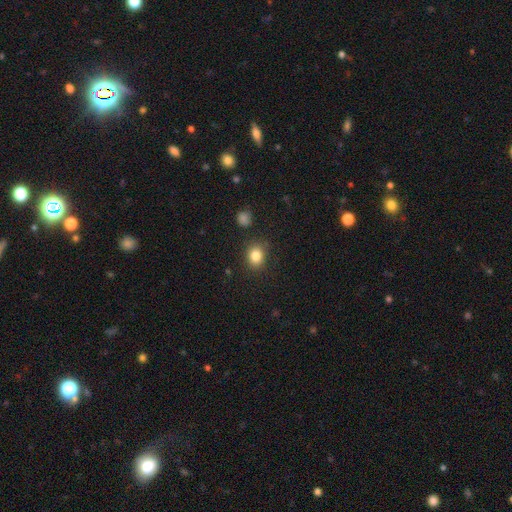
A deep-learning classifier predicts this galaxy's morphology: Smooth or featured: smooth — 84% (star or artifact — 10%)
How rounded: round — 56% (in between — 43%)
Merging: none — 83% (minor disturbance — 11%)